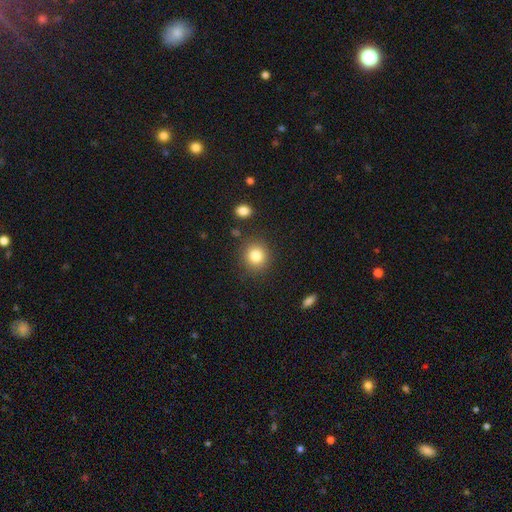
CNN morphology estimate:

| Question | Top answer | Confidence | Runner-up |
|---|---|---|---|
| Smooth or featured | smooth | 83% | star or artifact (10%) |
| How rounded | round | 88% | in between (11%) |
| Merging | none | 85% | minor disturbance (8%) |